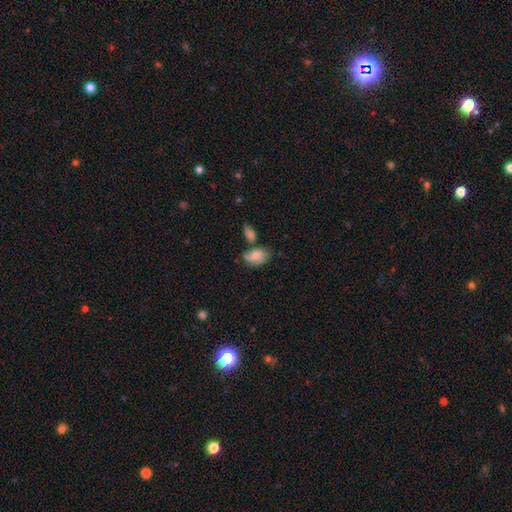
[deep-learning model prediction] Smooth or featured? Predicted: smooth (p=0.60). How rounded? Predicted: in between (p=0.87). Merging? Predicted: none (p=0.46).